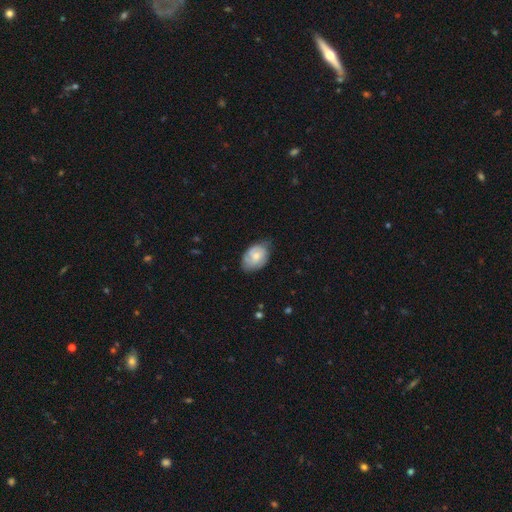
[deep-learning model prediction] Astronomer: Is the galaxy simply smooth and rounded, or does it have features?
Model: smooth — 54% (runner-up: featured or disk, 40%).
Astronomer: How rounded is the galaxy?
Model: in between — 84%.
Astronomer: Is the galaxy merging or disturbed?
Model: none — 62%.